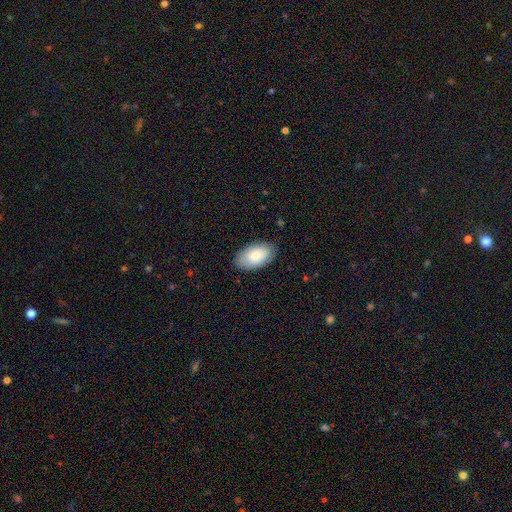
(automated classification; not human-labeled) Q: Smooth or featured?
A: smooth (82%); runner-up: featured or disk (12%)
Q: How rounded?
A: in between (95%); runner-up: round (3%)
Q: Merging?
A: none (85%); runner-up: minor disturbance (12%)